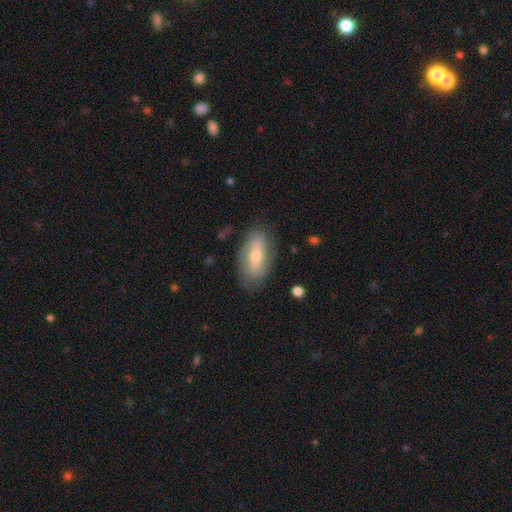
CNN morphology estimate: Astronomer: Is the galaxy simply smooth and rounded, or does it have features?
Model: featured or disk — 47% (runner-up: smooth, 45%).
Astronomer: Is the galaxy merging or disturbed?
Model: none — 76%.